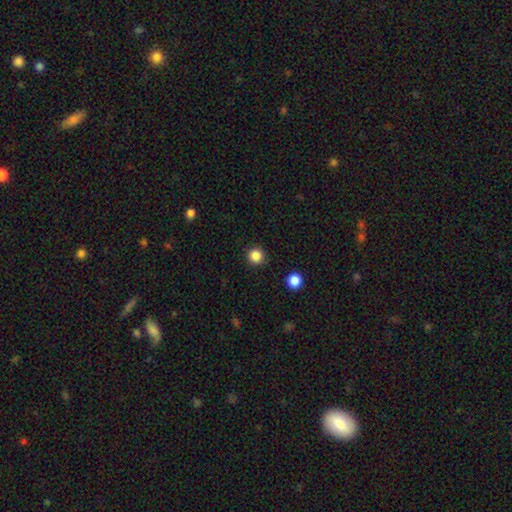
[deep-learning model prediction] The model was most divided on "smooth or featured": smooth: 85%, star or artifact: 12%, featured or disk: 3%. More confident: how rounded — round (96%); merging — none (92%).